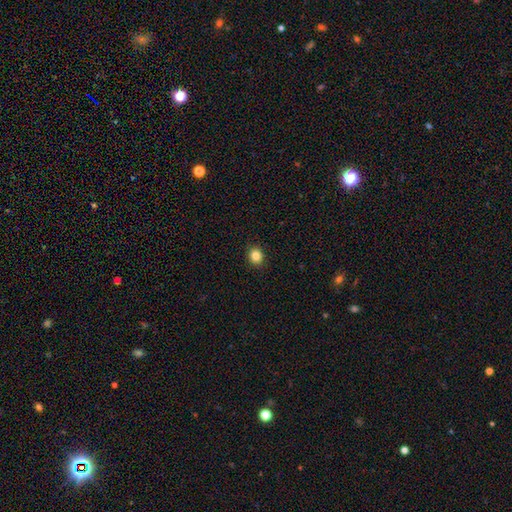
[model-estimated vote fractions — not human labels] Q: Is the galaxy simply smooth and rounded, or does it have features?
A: smooth — 85%.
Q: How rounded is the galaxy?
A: round — 75%.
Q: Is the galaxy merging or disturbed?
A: none — 92%.